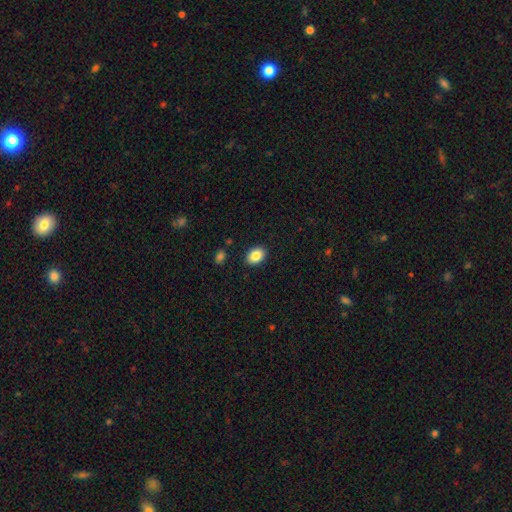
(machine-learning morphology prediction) The model was most divided on "how rounded": in between: 76%, round: 23%, cigar-shaped: 1%. More confident: merging — none (89%); smooth or featured — smooth (87%).